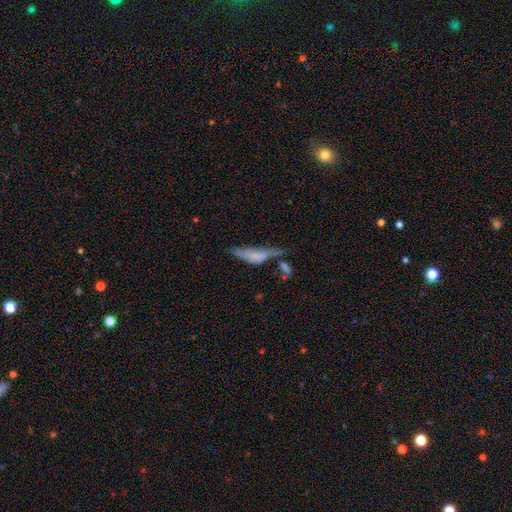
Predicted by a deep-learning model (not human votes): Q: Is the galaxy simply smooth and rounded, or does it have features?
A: smooth — 52%.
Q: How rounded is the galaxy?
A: cigar-shaped — 57%.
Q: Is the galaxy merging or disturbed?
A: merger — 32%.